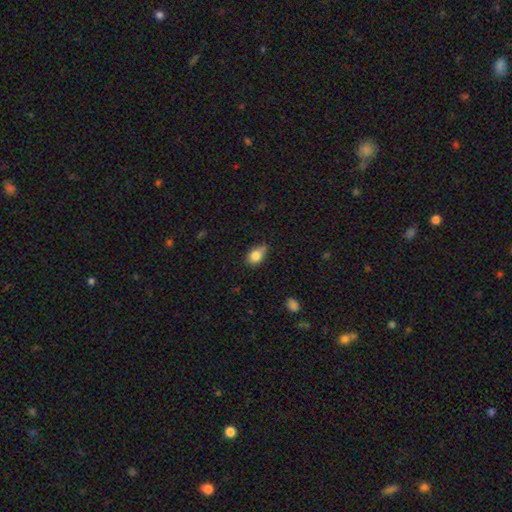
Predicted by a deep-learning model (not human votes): Smooth or featured: smooth — 82% (featured or disk — 9%)
How rounded: in between — 80% (round — 18%)
Merging: none — 57% (minor disturbance — 35%)